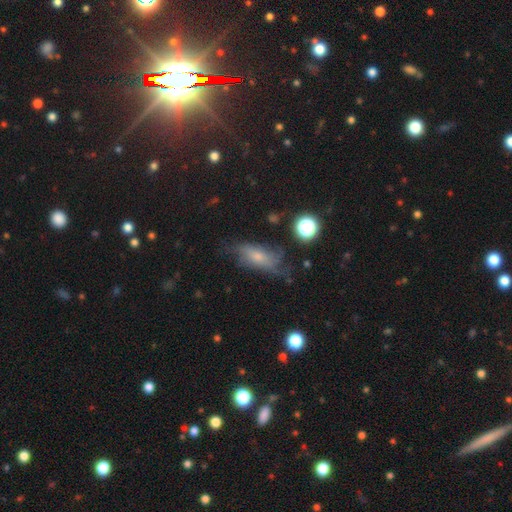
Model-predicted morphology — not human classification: smooth_or_featured: smooth (p=0.43) [alt: featured or disk p=0.42]
merging: none (p=0.55) [alt: minor disturbance p=0.27]